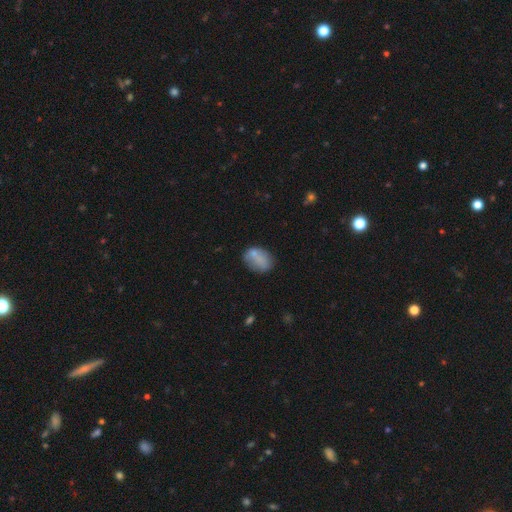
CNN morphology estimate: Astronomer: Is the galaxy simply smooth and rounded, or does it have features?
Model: smooth — 73%.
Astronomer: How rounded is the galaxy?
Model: in between — 75%.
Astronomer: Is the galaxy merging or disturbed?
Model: none — 53%.